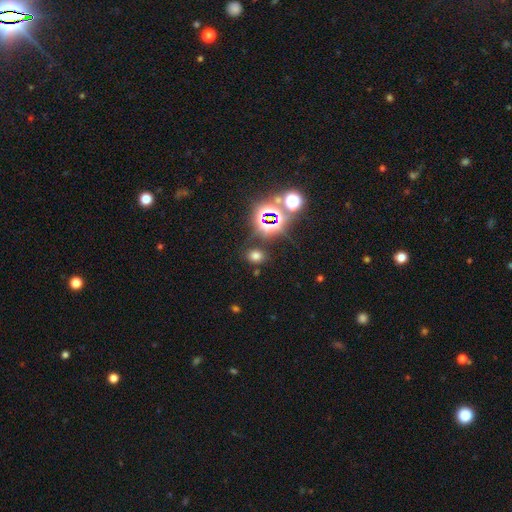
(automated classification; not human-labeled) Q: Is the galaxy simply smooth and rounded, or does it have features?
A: smooth — 62%.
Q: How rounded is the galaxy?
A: round — 54%.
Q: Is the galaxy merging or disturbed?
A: none — 83%.